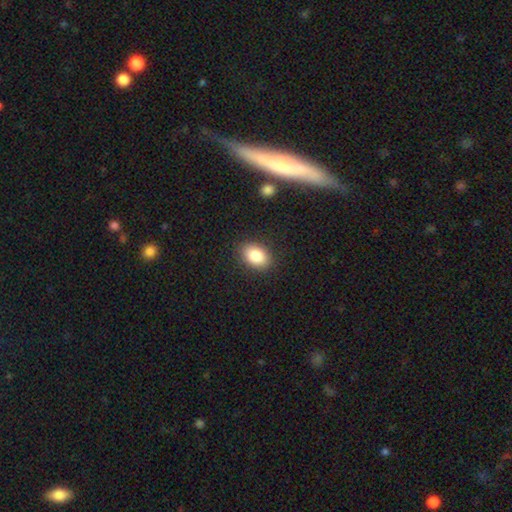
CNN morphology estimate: The model was most divided on "how rounded": in between: 82%, round: 17%, cigar-shaped: 1%. More confident: merging — none (88%); smooth or featured — smooth (85%).